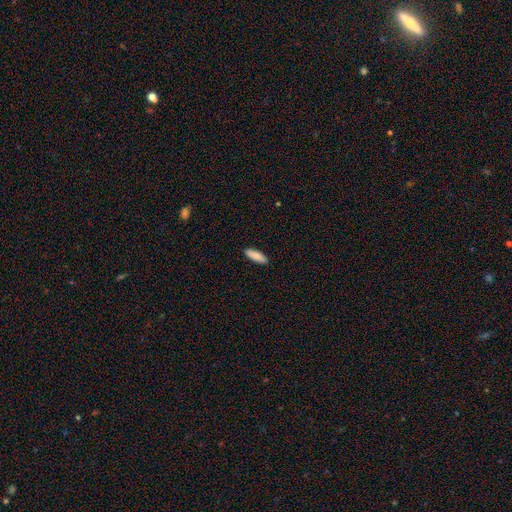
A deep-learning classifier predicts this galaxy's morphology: This is clearly a smooth galaxy (88%). How rounded: possibly in between (53%). Merging: clearly none (90%).